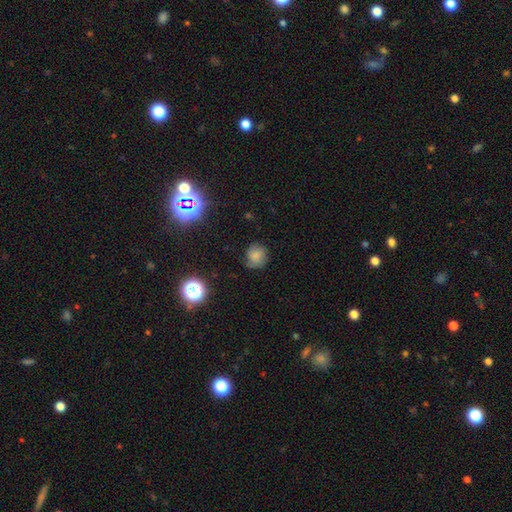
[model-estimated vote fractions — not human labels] smooth 73%, star or artifact 16%, featured or disk 12%. Down the decision tree: how rounded — round (83%); merging — none (70%).